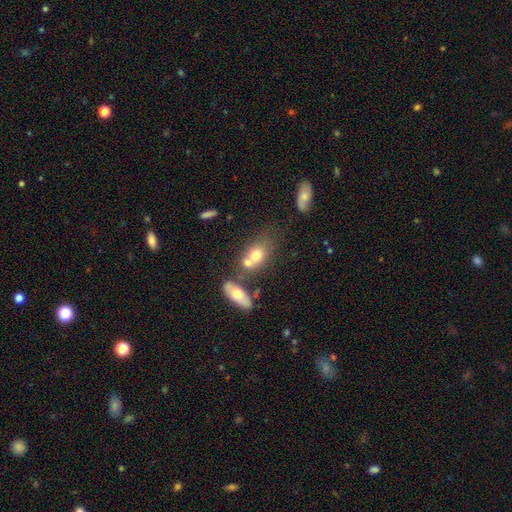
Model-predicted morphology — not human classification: Smooth or featured? Predicted: smooth (p=0.69). How rounded? Predicted: in between (p=0.56). Merging? Predicted: merger (p=0.50).